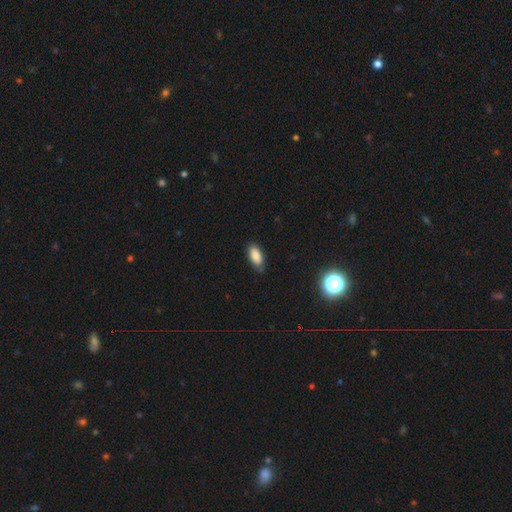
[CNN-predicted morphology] Smooth or featured? smooth (85%)
How rounded? in between (89%)
Merging? none (77%)